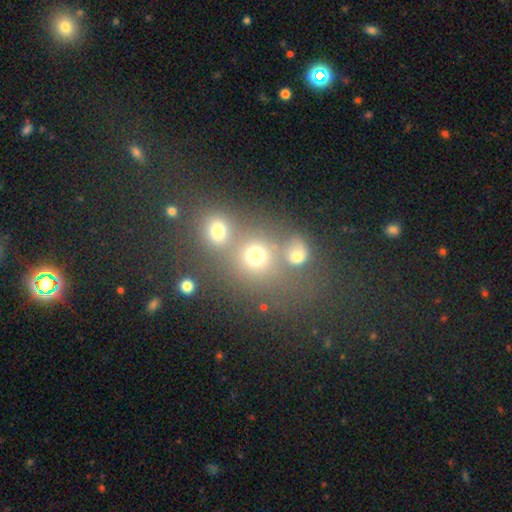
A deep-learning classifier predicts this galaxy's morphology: Smooth or featured: smooth — 73% (star or artifact — 17%)
How rounded: round — 83% (in between — 16%)
Merging: merger — 46% (none — 42%)